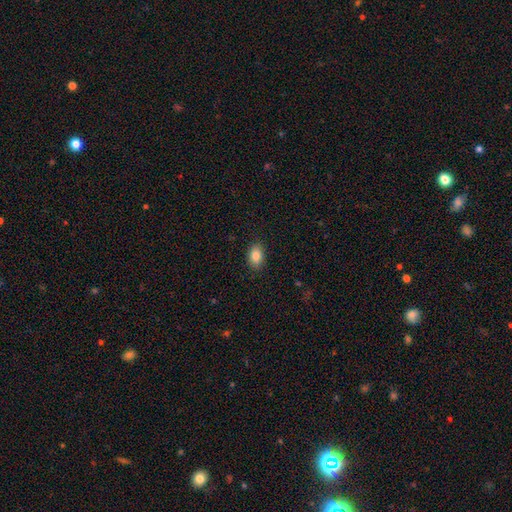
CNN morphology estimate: smooth_or_featured: smooth (p=0.85) [alt: star or artifact p=0.08]
how_rounded: in between (p=0.85) [alt: round p=0.13]
merging: none (p=0.88) [alt: minor disturbance p=0.09]